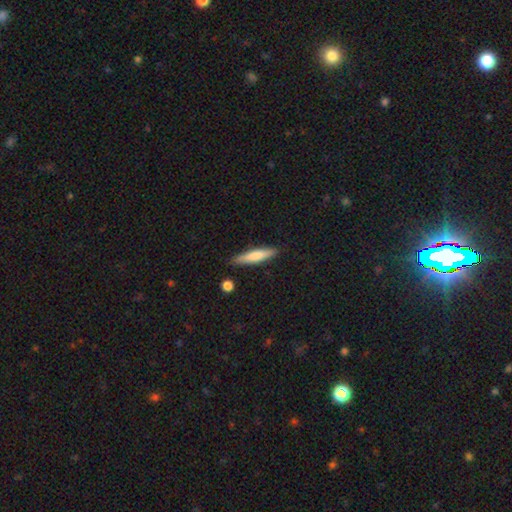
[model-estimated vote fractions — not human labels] Smooth or featured? Predicted: smooth (p=0.71). How rounded? Predicted: cigar-shaped (p=0.88). Merging? Predicted: none (p=0.86).